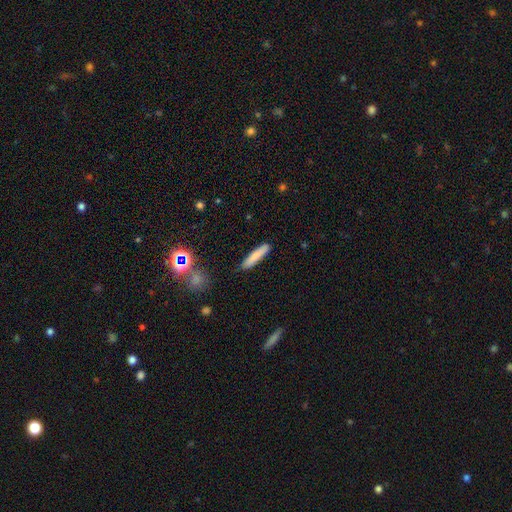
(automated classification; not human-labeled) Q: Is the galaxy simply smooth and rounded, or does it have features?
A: smooth — 81%.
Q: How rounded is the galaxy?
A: cigar-shaped — 86%.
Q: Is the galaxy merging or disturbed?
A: none — 87%.